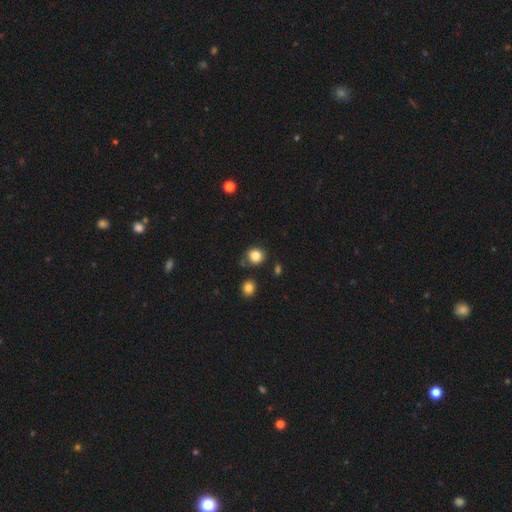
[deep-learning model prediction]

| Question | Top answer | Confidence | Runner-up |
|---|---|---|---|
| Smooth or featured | smooth | 84% | star or artifact (11%) |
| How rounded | round | 83% | in between (16%) |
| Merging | none | 80% | minor disturbance (12%) |